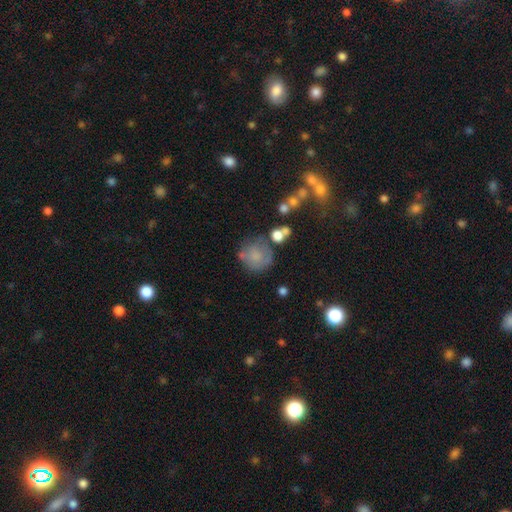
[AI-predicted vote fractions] Q: Smooth or featured?
A: smooth (66%); runner-up: featured or disk (23%)
Q: How rounded?
A: round (87%); runner-up: in between (12%)
Q: Merging?
A: none (54%); runner-up: minor disturbance (22%)